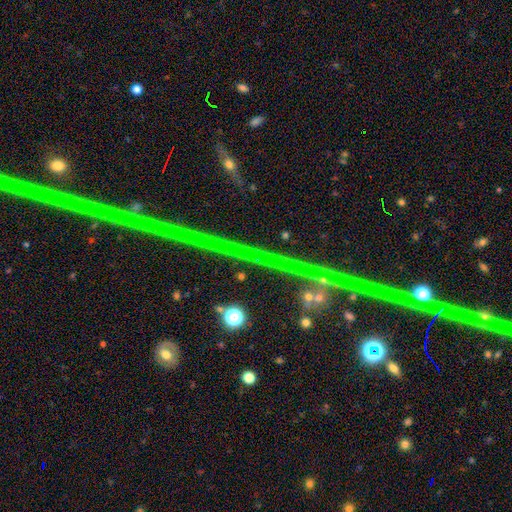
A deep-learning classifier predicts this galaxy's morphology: This appears to be a star or artifact, not a galaxy (79%).